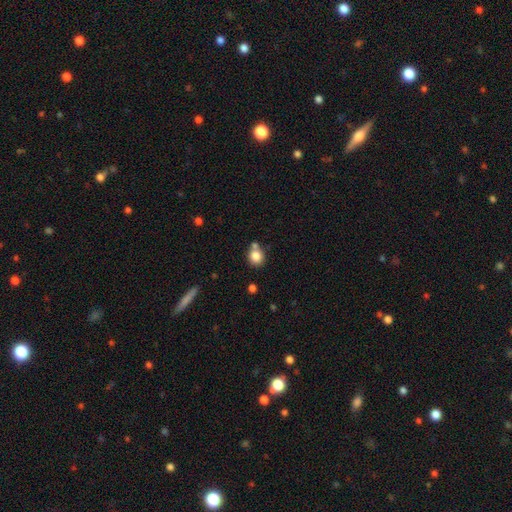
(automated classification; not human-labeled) Overall: smooth (83%). How rounded: round (83%). Merging: none (63%).